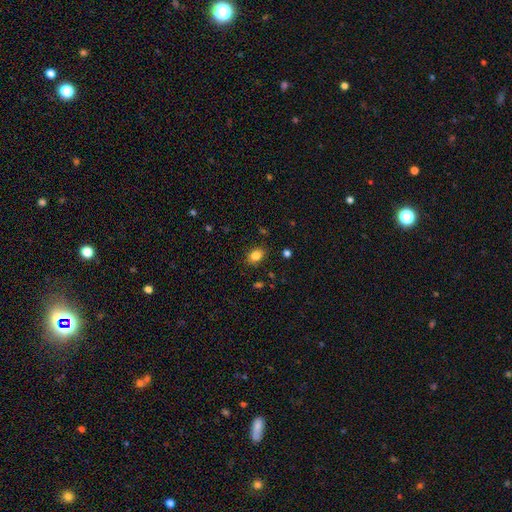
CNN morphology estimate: Smooth or featured? Predicted: smooth (p=0.84). How rounded? Predicted: in between (p=0.76). Merging? Predicted: none (p=0.85).